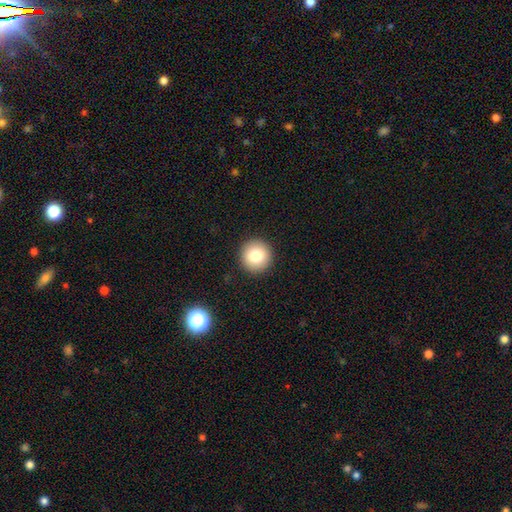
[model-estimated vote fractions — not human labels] This appears to be a smooth galaxy with no disk features (80%) that is round (95%). Merging: none (93%).